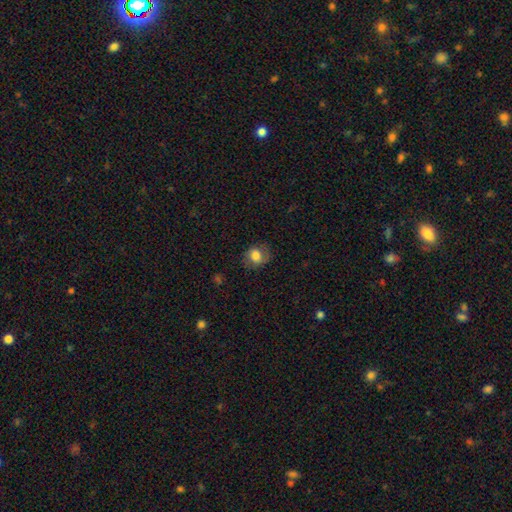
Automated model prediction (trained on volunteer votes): The model was most divided on "how rounded": round: 53%, in between: 45%, cigar-shaped: 1%. More confident: smooth or featured — smooth (74%); merging — none (71%).